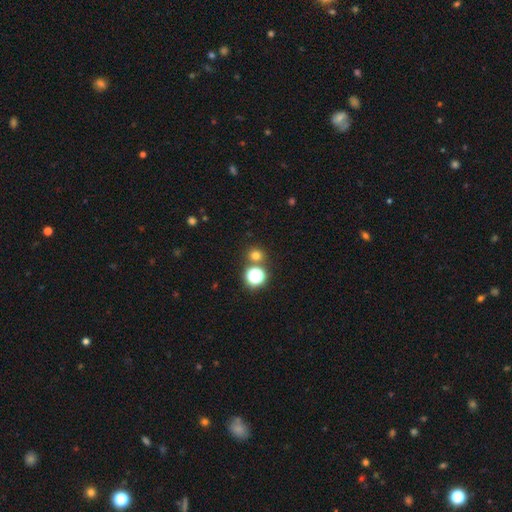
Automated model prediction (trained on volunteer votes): The model was most divided on "smooth or featured": smooth: 70%, star or artifact: 24%, featured or disk: 6%. More confident: how rounded — round (87%); merging — none (77%).